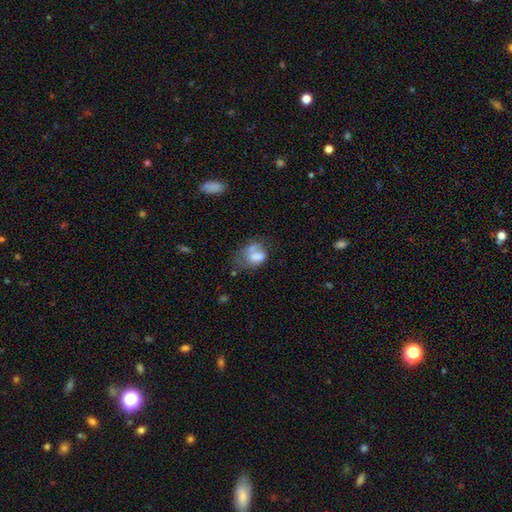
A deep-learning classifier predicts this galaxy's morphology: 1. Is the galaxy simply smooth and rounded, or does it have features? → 58% smooth, 30% featured or disk, 11% star or artifact.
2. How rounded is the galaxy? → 68% in between, 30% round, 1% cigar-shaped.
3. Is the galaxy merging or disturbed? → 28% merger (tied), 28% major disturbance (tied), 24% none, 20% minor disturbance.